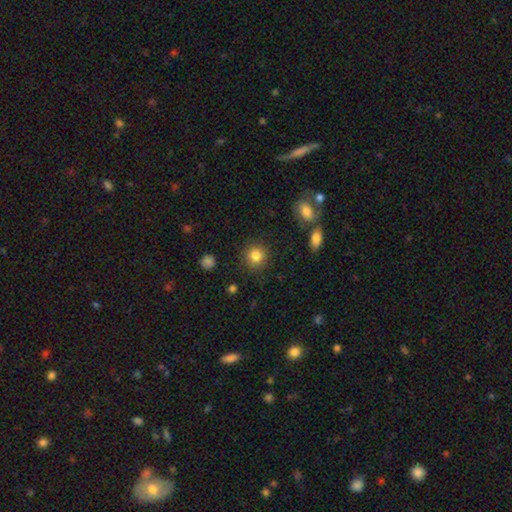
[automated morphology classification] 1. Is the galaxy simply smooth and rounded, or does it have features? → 84% smooth, 11% star or artifact, 5% featured or disk.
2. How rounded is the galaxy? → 91% round, 8% in between, 1% cigar-shaped.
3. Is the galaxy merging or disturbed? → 87% none, 8% minor disturbance, 3% major disturbance, 2% merger.